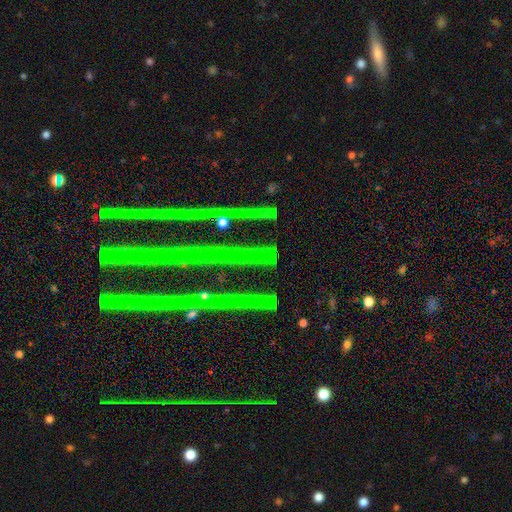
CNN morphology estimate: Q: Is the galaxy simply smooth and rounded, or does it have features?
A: star or artifact — 73%.